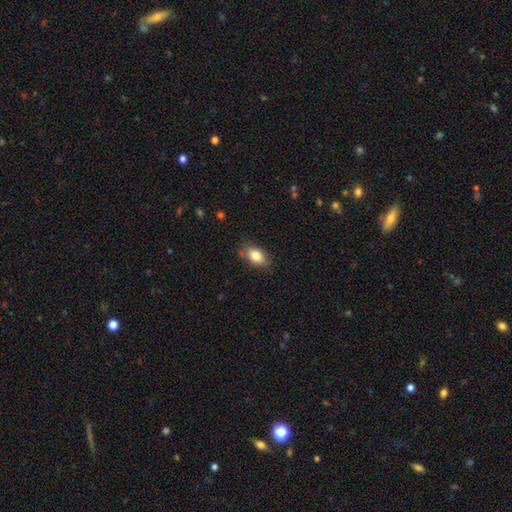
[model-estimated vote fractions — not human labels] The model was most divided on "merging": none: 79%, minor disturbance: 16%, major disturbance: 3%, merger: 1%. More confident: how rounded — in between (88%); smooth or featured — smooth (83%).